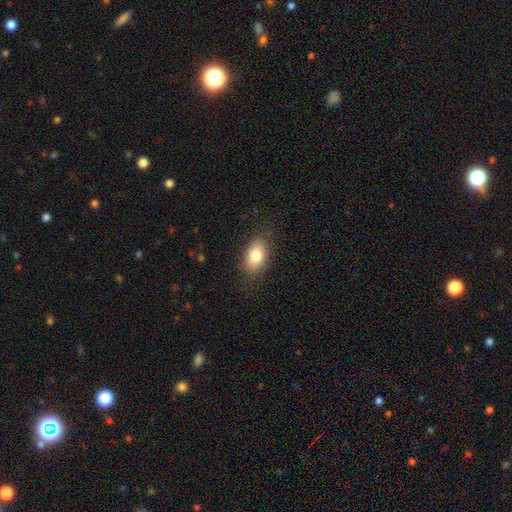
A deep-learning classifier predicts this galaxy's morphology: A smooth galaxy with no disk features (80%) that is in between round and cigar-shaped (88%).

Vote fractions:
- Smooth or featured? smooth: 80% / featured or disk: 13% / star or artifact: 8%
- How rounded? in between: 88% / round: 10% / cigar-shaped: 2%
- Merging? none: 82% / minor disturbance: 13% / major disturbance: 4% / merger: 1%